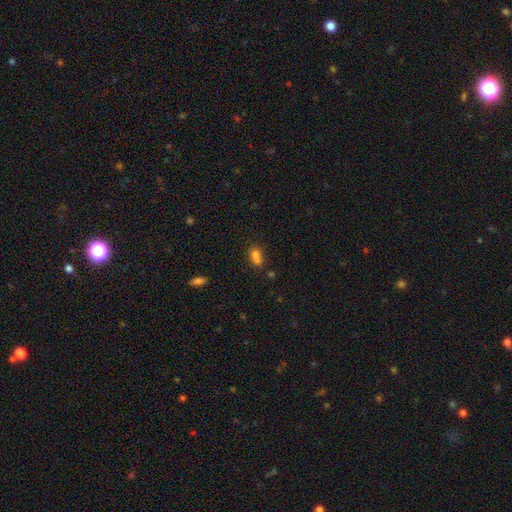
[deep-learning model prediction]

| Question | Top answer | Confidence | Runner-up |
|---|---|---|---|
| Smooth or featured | smooth | 74% | star or artifact (13%) |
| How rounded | in between | 60% | round (36%) |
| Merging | merger | 45% | none (36%) |